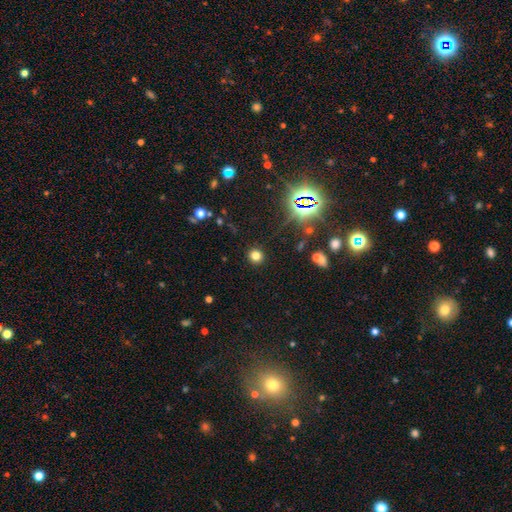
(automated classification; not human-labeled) Overall: smooth (76%). How rounded: round (91%). Merging: none (91%).